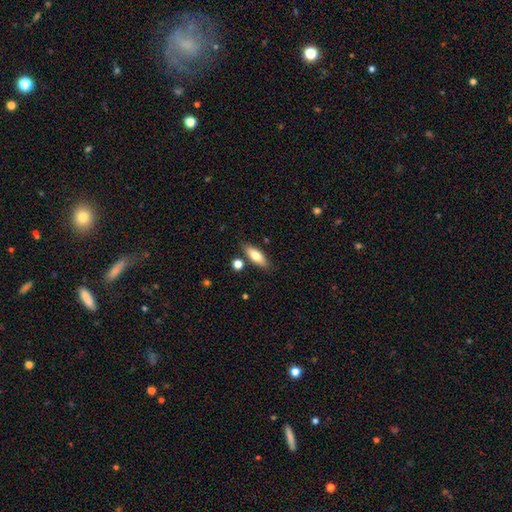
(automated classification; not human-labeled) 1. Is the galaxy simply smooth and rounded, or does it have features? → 74% smooth, 19% featured or disk, 7% star or artifact.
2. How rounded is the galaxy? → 65% in between, 32% cigar-shaped, 3% round.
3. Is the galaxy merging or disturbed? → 81% none, 11% minor disturbance, 6% merger, 3% major disturbance.